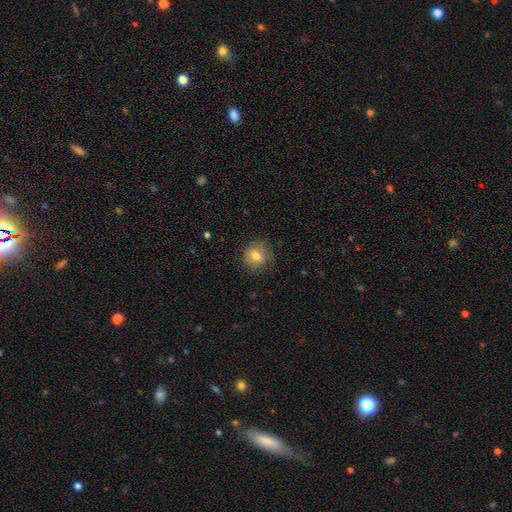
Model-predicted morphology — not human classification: This is likely a smooth galaxy (78%). How rounded: clearly round (84%). Merging: likely none (79%).